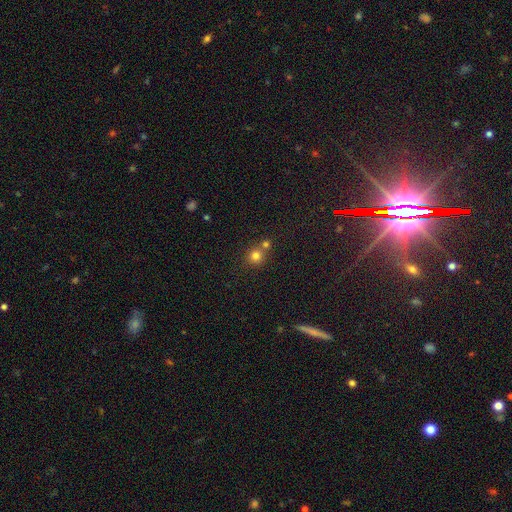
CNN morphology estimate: Smooth or featured?
  - smooth: 78% *
  - star or artifact: 15%
  - featured or disk: 8%
How rounded?
  - round: 89% *
  - in between: 10%
  - cigar-shaped: 1%
Merging?
  - none: 56% *
  - merger: 35%
  - minor disturbance: 7%
  - major disturbance: 2%